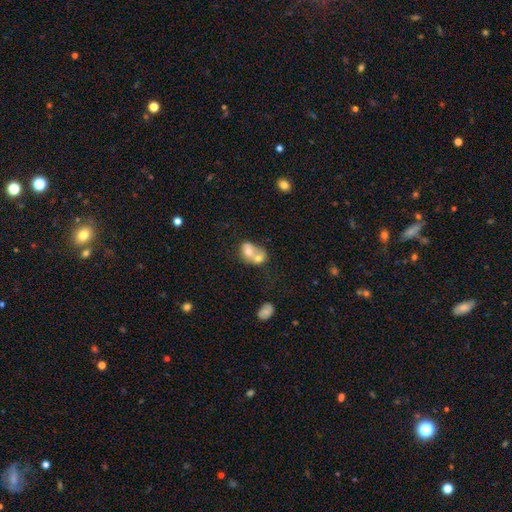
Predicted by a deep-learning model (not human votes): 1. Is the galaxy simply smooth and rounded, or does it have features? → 58% smooth, 32% featured or disk, 9% star or artifact.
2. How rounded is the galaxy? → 53% in between, 45% round, 1% cigar-shaped.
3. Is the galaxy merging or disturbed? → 74% merger, 15% none, 6% minor disturbance, 4% major disturbance.